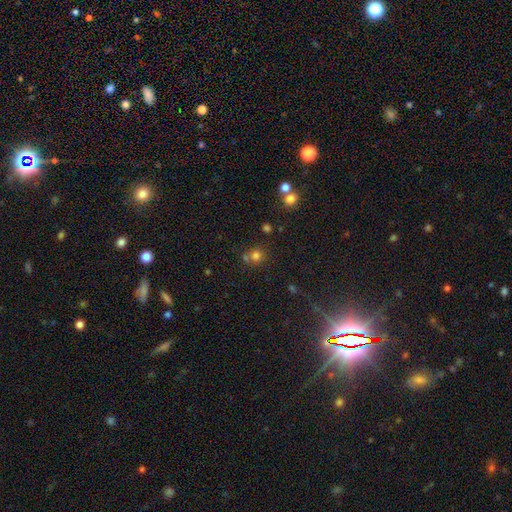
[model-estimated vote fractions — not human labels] Smooth or featured: smooth — 75% (star or artifact — 18%)
How rounded: round — 87% (in between — 12%)
Merging: none — 59% (merger — 28%)